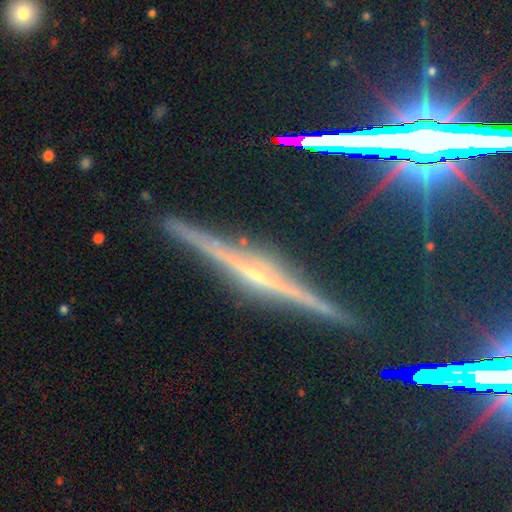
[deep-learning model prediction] This appears to be a featured or disk galaxy (79%) viewed edge-on (98%) with a rounded central bulge (63%). Merging: none (89%).